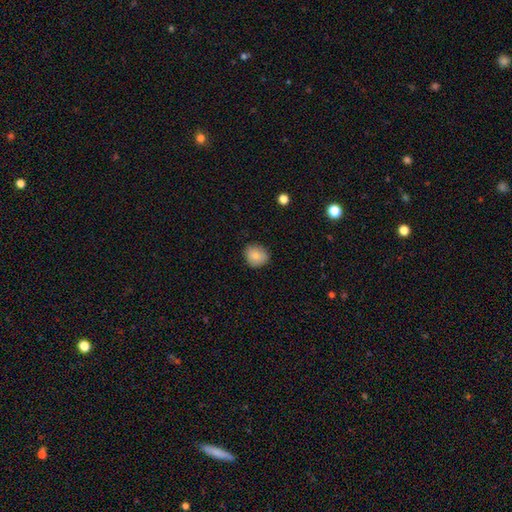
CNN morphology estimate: A smooth galaxy with no disk features (84%) that is round (74%).

Vote fractions:
- Smooth or featured? smooth: 84% / star or artifact: 9% / featured or disk: 7%
- How rounded? round: 74% / in between: 26% / cigar-shaped: 1%
- Merging? none: 83% / minor disturbance: 13% / major disturbance: 3% / merger: 1%